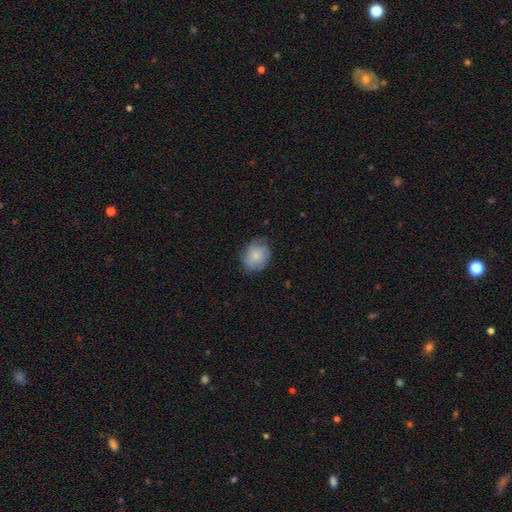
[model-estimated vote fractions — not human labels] smooth_or_featured: smooth (p=0.75) [alt: featured or disk p=0.18]
how_rounded: round (p=0.59) [alt: in between p=0.40]
merging: none (p=0.68) [alt: minor disturbance p=0.24]